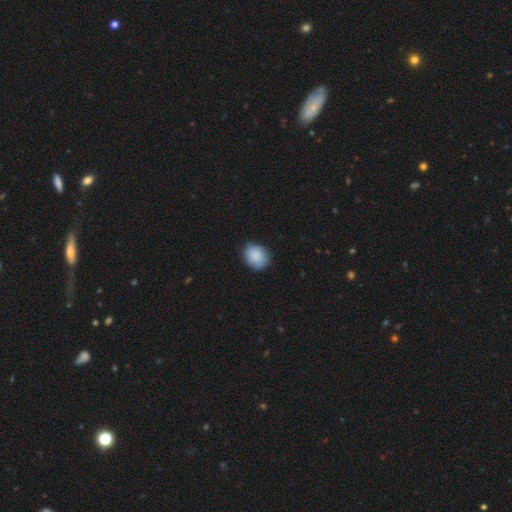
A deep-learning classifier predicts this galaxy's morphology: Overall: smooth (89%). How rounded: round (57%; in between 42%). Merging: none (84%).